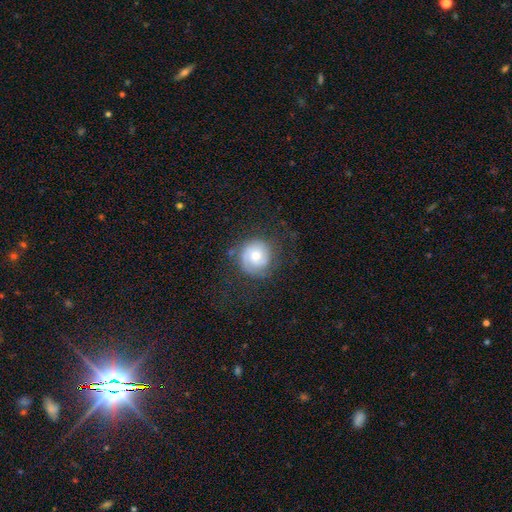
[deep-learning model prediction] smooth_or_featured: featured or disk (p=0.62) [alt: smooth p=0.30]
disk_edge_on: no (p=0.98) [alt: yes p=0.02]
bar: no (p=0.74) [alt: weak p=0.23]
has_spiral_arms: yes (p=0.88) [alt: no p=0.12]
spiral_winding: tight (p=0.58) [alt: medium p=0.30]
spiral_arm_count: 2 (p=0.47) [alt: can't tell p=0.23]
bulge_size: moderate (p=0.62) [alt: small p=0.31]
merging: none (p=0.73) [alt: minor disturbance p=0.17]